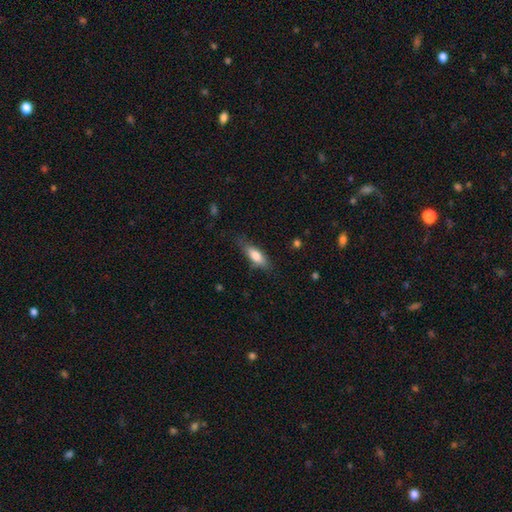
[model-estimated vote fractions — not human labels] This appears to be a smooth galaxy with no disk features (75%) that is in between round and cigar-shaped (60%). Merging: none (72%).